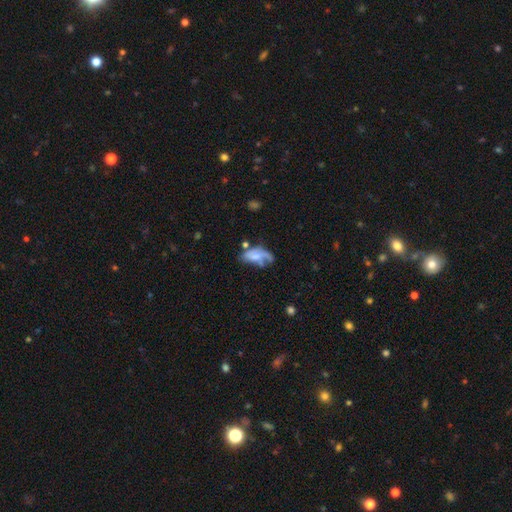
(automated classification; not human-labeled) This is possibly a smooth galaxy (50%). Merging: marginally none (30%).